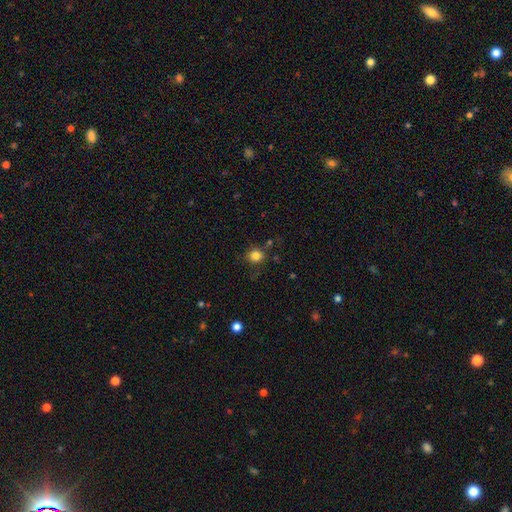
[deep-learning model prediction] A smooth galaxy with no disk features (82%) that is round (86%).

Vote fractions:
- Smooth or featured? smooth: 82% / star or artifact: 13% / featured or disk: 5%
- How rounded? round: 86% / in between: 13% / cigar-shaped: 1%
- Merging? none: 78% / minor disturbance: 13% / merger: 5% / major disturbance: 4%